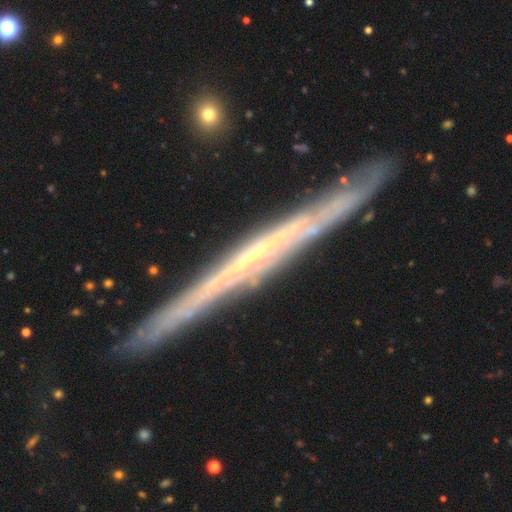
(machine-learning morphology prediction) Q: Smooth or featured?
A: featured or disk (79%); runner-up: smooth (14%)
Q: Edge-on disk?
A: yes (96%); runner-up: no (4%)
Q: Edge-on bulge?
A: none (80%); runner-up: rounded (13%)
Q: Merging?
A: none (88%); runner-up: minor disturbance (9%)